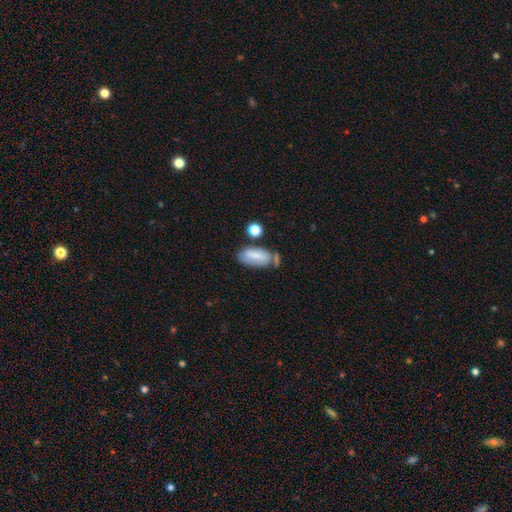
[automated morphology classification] This appears to be a smooth galaxy with no disk features (73%) that is in between round and cigar-shaped (88%). Merging: none (50%).